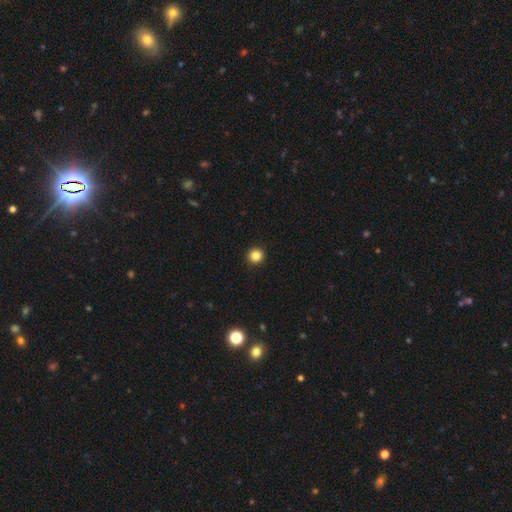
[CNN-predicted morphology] Overall: smooth (84%). How rounded: round (96%). Merging: none (94%).